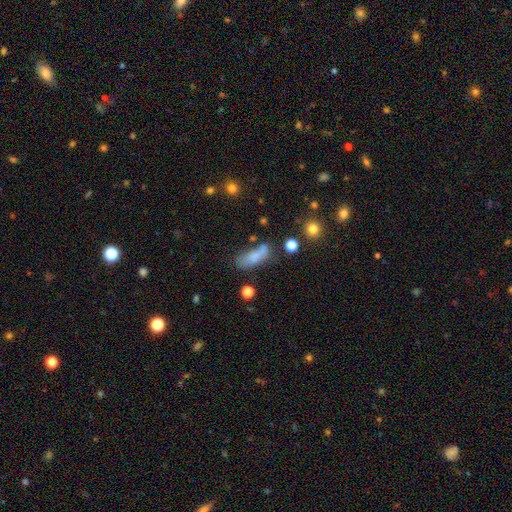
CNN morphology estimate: Smooth or featured?
  - smooth: 74% *
  - featured or disk: 14%
  - star or artifact: 12%
How rounded?
  - in between: 66% *
  - cigar-shaped: 30%
  - round: 4%
Merging?
  - none: 43% *
  - minor disturbance: 27%
  - major disturbance: 16%
  - merger: 14%